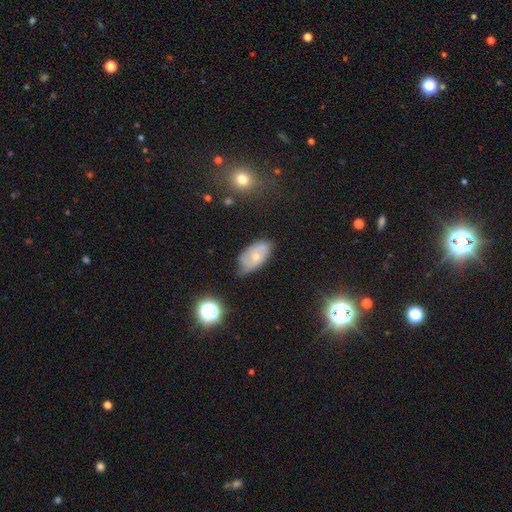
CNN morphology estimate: Smooth or featured? Predicted: featured or disk (p=0.51). Edge-on disk? Predicted: no (p=0.92). Merging? Predicted: none (p=0.57).